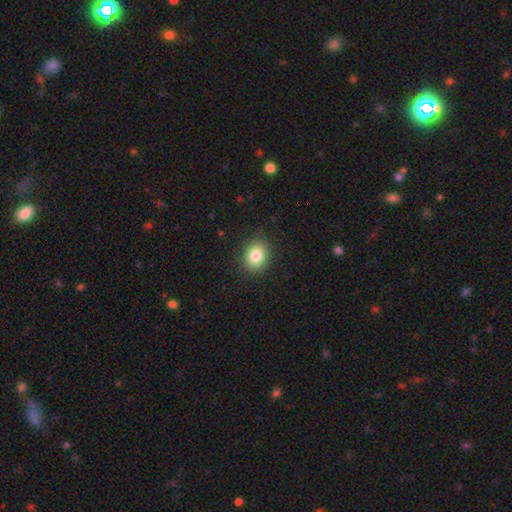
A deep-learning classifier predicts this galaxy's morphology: type=smooth (83%); roundness=round (56%); merging=none (88%).